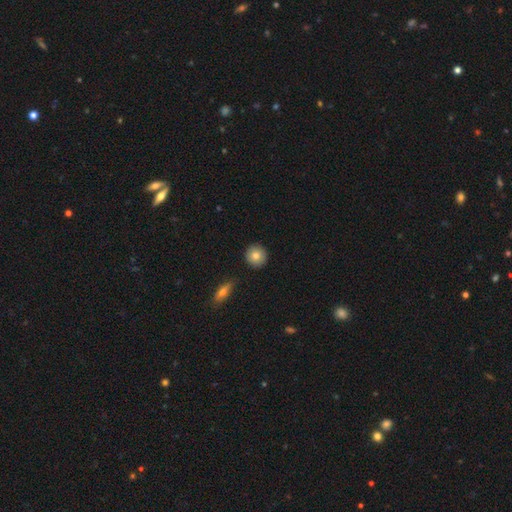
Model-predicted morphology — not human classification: Q: Smooth or featured?
A: smooth (81%); runner-up: featured or disk (11%)
Q: How rounded?
A: round (92%); runner-up: in between (6%)
Q: Merging?
A: none (90%); runner-up: minor disturbance (6%)